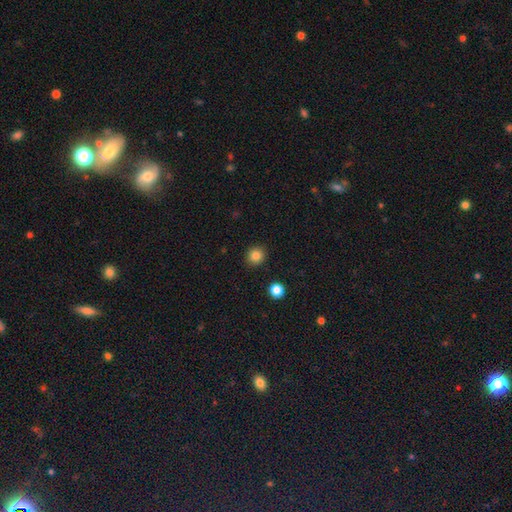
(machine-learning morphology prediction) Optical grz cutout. It shows a smooth galaxy with no disk features (84%) that is round (89%). Merging: none (91%).